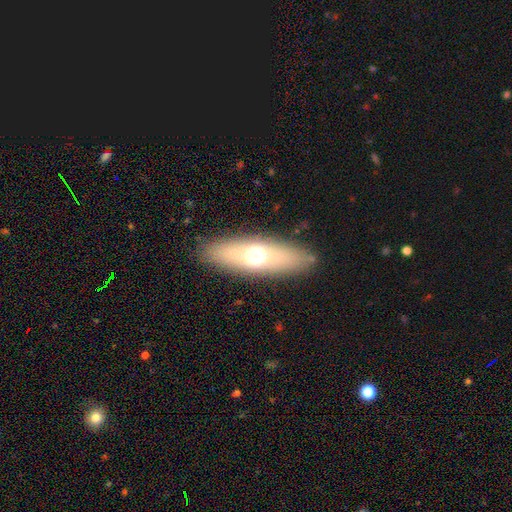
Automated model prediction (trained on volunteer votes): The model was most divided on "how rounded": in between: 52%, cigar-shaped: 43%, round: 4%. More confident: merging — none (87%); smooth or featured — smooth (55%).